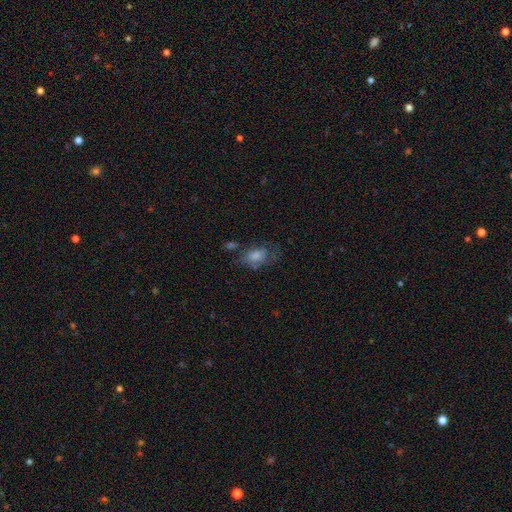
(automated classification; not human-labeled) A smooth galaxy with no disk features (46%). Merging: none (54%).